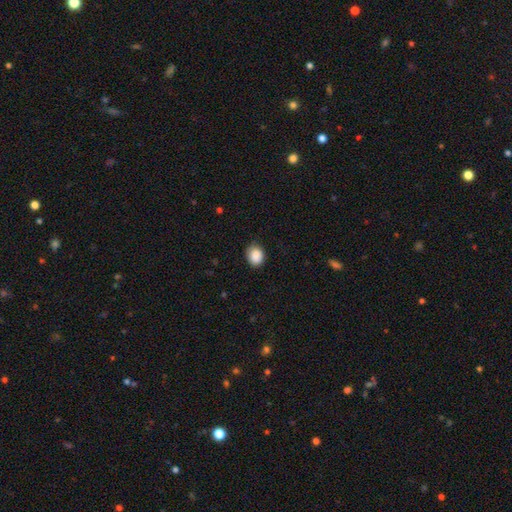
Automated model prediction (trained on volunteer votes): Morphology: type=smooth (88%); roundness=round (52%); merging=none (79%).